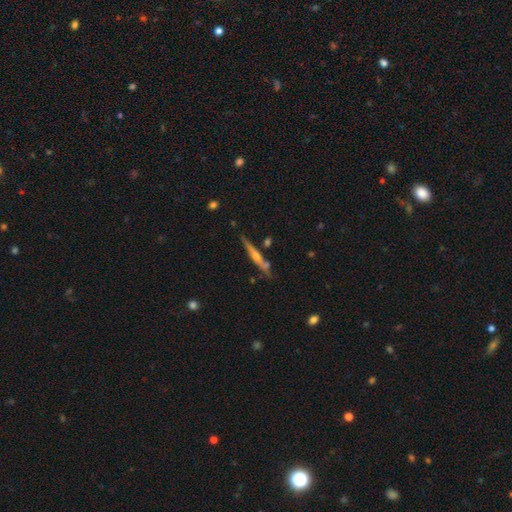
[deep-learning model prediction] A featured or disk galaxy (66%) viewed edge-on (96%) with a rounded central bulge (75%).

Vote fractions:
- Smooth or featured? featured or disk: 66% / smooth: 28% / star or artifact: 6%
- Edge-on disk? yes: 96% / no: 4%
- Edge-on bulge? rounded: 75% / none: 18% / boxy: 7%
- Merging? none: 77% / minor disturbance: 14% / merger: 7% / major disturbance: 3%